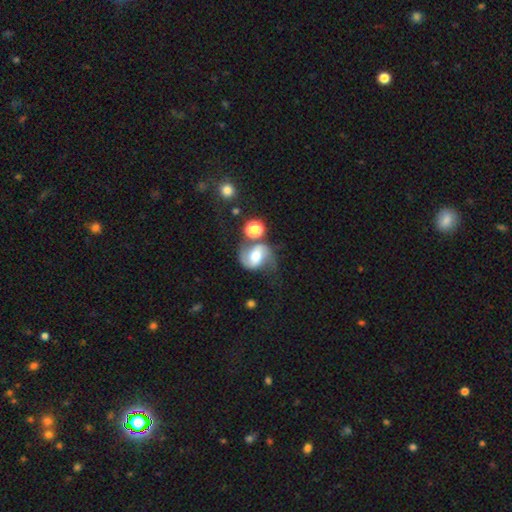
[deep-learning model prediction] Smooth or featured?
  - featured or disk: 69% *
  - smooth: 22%
  - star or artifact: 9%
Edge-on disk?
  - no: 97% *
  - yes: 3%
Bar?
  - weak: 41% *
  - no: 38%
  - strong: 22%
Spiral arms?
  - yes: 91% *
  - no: 9%
Spiral winding?
  - medium: 47% *
  - loose: 38%
  - tight: 15%
Spiral arm count?
  - 2: 88% *
  - can't tell: 5%
  - 1: 4%
  - 3: 1%
  - 4: 1%
  - more than 4: 1%
Bulge size?
  - moderate: 57% *
  - large: 22%
  - small: 16%
  - dominant: 3%
  - none: 3%
Merging?
  - none: 50% *
  - minor disturbance: 20%
  - merger: 16%
  - major disturbance: 15%